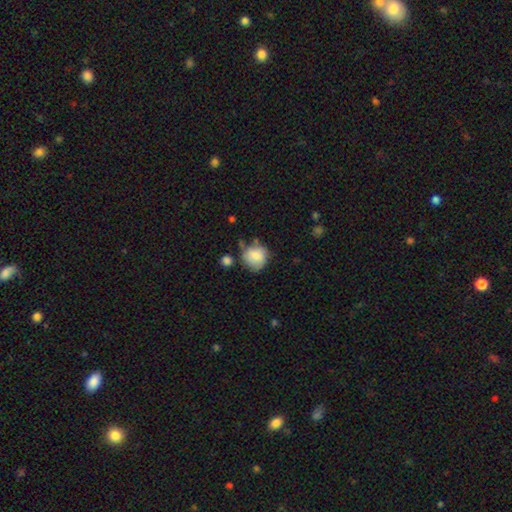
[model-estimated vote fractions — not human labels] smooth_or_featured: smooth (p=0.80) [alt: featured or disk p=0.12]
how_rounded: round (p=0.84) [alt: in between p=0.15]
merging: none (p=0.59) [alt: minor disturbance p=0.25]